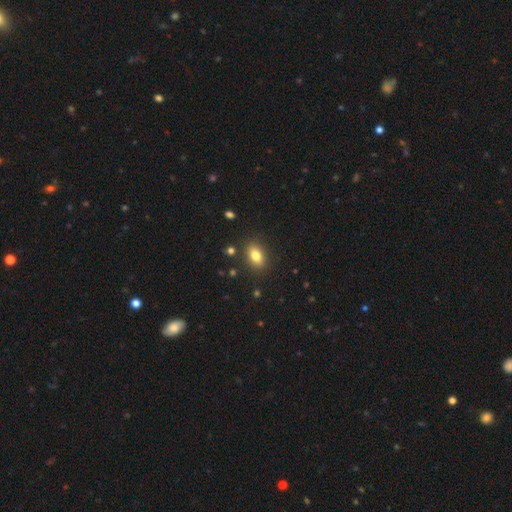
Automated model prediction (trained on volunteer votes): Smooth or featured?
  - smooth: 81% *
  - star or artifact: 10%
  - featured or disk: 10%
How rounded?
  - in between: 84% *
  - round: 14%
  - cigar-shaped: 3%
Merging?
  - none: 86% *
  - minor disturbance: 9%
  - major disturbance: 3%
  - merger: 2%